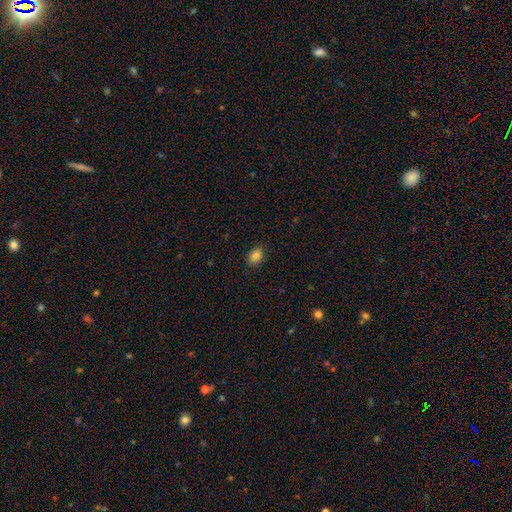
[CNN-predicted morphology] Smooth or featured? Predicted: smooth (p=0.85). How rounded? Predicted: in between (p=0.79). Merging? Predicted: none (p=0.86).